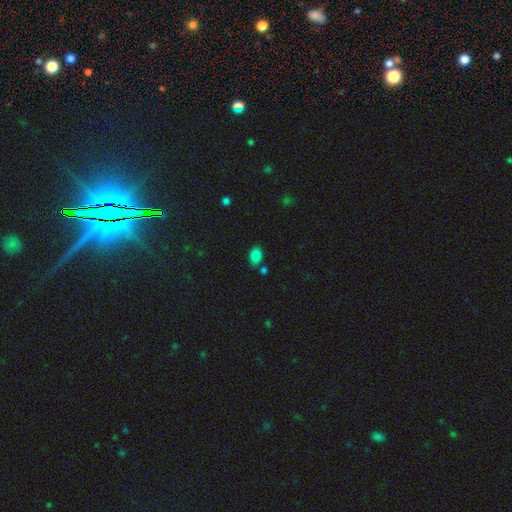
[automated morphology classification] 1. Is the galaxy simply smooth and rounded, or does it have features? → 84% smooth, 11% star or artifact, 5% featured or disk.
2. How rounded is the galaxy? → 73% in between, 26% round, 1% cigar-shaped.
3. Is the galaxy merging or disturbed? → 74% none, 12% minor disturbance, 10% merger, 3% major disturbance.